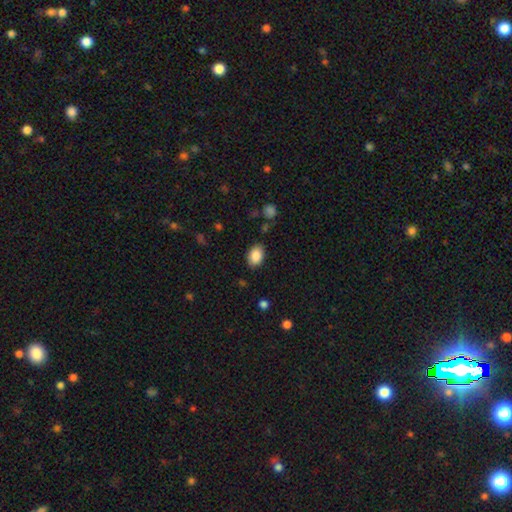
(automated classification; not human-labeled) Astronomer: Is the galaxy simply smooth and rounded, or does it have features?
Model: smooth — 87%.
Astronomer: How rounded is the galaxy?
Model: in between — 83%.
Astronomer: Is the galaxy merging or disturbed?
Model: none — 84%.